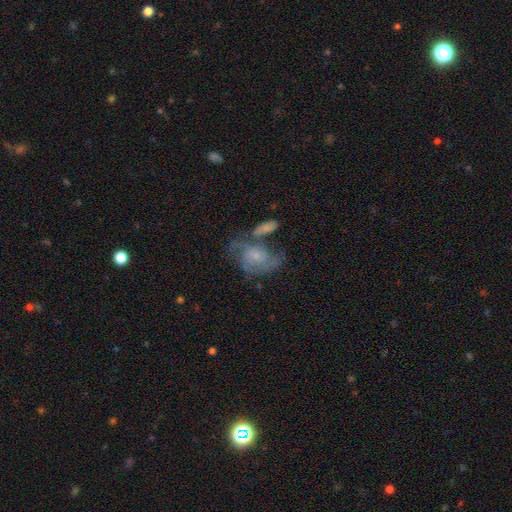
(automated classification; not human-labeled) A featured or disk galaxy (70%) with no bar (70%), 2 (47%) medium (47%) spiral arms (85%) and a small central bulge (65%).

Vote fractions:
- Smooth or featured? featured or disk: 70% / smooth: 21% / star or artifact: 8%
- Edge-on disk? no: 97% / yes: 3%
- Bar? no: 70% / weak: 26% / strong: 4%
- Spiral arms? yes: 85% / no: 15%
- Spiral winding? medium: 47% / tight: 30% / loose: 23%
- Spiral arm count? 2: 47% / can't tell: 27% / 3: 13% / 1: 5% / 4: 4% / more than 4: 3%
- Bulge size? small: 65% / moderate: 23% / none: 8% / large: 3% / dominant: 1%
- Merging? none: 34% / merger: 28% / major disturbance: 20% / minor disturbance: 18%